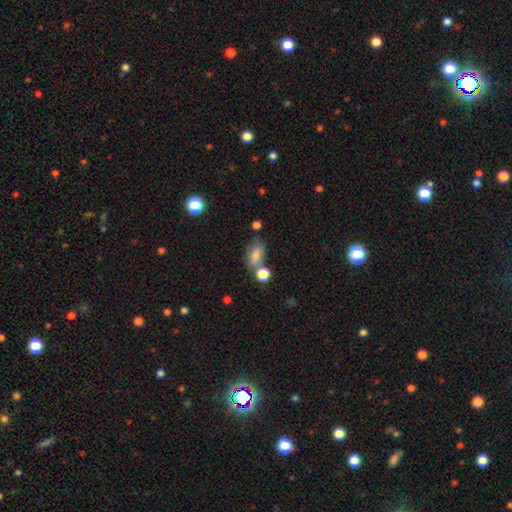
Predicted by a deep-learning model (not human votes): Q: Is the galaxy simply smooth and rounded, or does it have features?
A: smooth — 79%.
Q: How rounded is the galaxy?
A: in between — 84%.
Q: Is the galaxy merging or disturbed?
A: none — 52%.